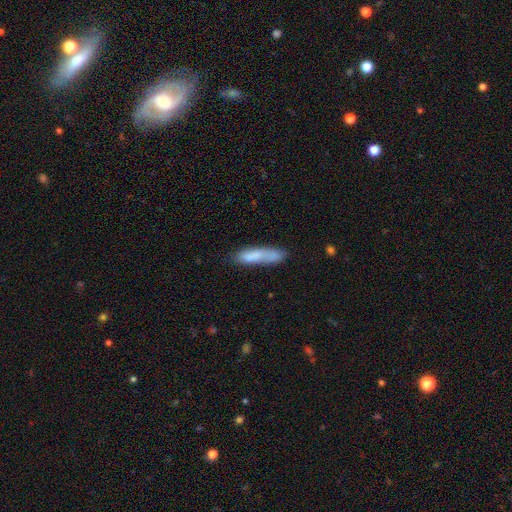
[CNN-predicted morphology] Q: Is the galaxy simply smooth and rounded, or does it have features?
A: smooth — 74%.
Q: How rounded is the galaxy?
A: cigar-shaped — 78%.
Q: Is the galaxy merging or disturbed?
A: none — 58%.